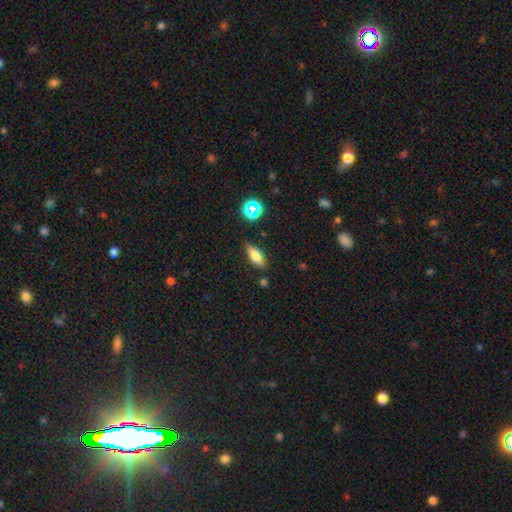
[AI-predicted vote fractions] Smooth or featured?
  - smooth: 69% *
  - featured or disk: 20%
  - star or artifact: 11%
How rounded?
  - in between: 69% *
  - cigar-shaped: 27%
  - round: 4%
Merging?
  - none: 83% *
  - minor disturbance: 11%
  - merger: 3%
  - major disturbance: 3%